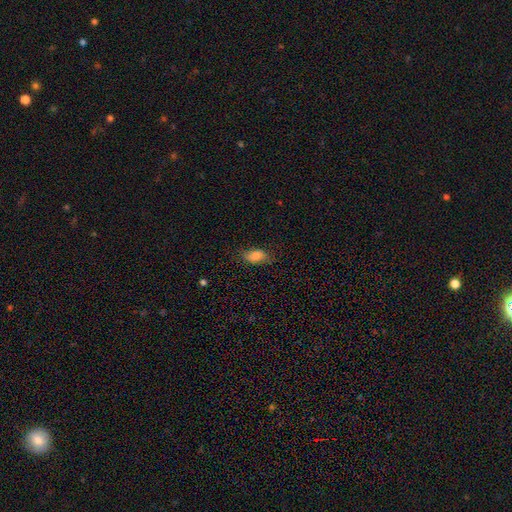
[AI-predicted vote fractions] This appears to be a smooth galaxy with no disk features (78%) that is in between round and cigar-shaped (85%). Merging: none (73%).